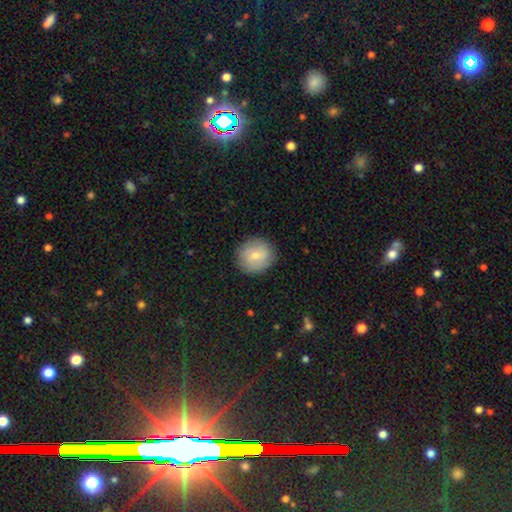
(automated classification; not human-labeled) smooth_or_featured: smooth (p=0.71) [alt: featured or disk p=0.22]
how_rounded: round (p=0.90) [alt: in between p=0.09]
merging: none (p=0.87) [alt: minor disturbance p=0.09]